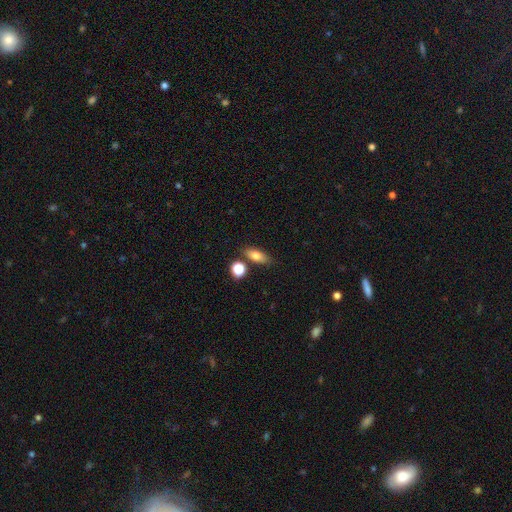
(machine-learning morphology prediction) Q: Smooth or featured?
A: smooth (77%); runner-up: featured or disk (14%)
Q: How rounded?
A: in between (74%); runner-up: cigar-shaped (17%)
Q: Merging?
A: none (75%); runner-up: minor disturbance (12%)